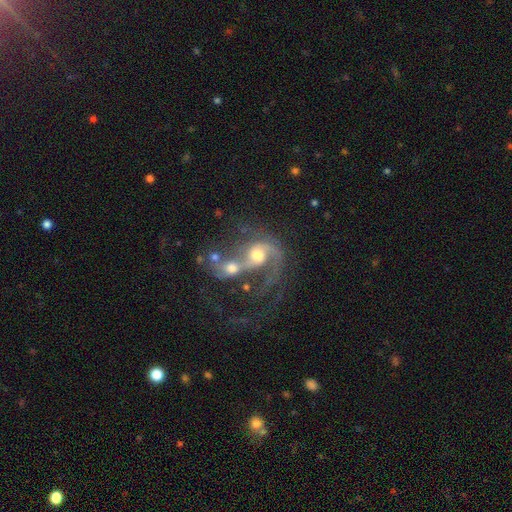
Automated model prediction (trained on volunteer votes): Smooth or featured? Predicted: featured or disk (p=0.77). Edge-on disk? Predicted: no (p=0.97). Bar? Predicted: no (p=0.61). Spiral arms? Predicted: yes (p=0.84). Spiral winding? Predicted: loose (p=0.47). Spiral arm count? Predicted: 1 (p=0.48). Bulge size? Predicted: moderate (p=0.62). Merging? Predicted: merger (p=0.68).